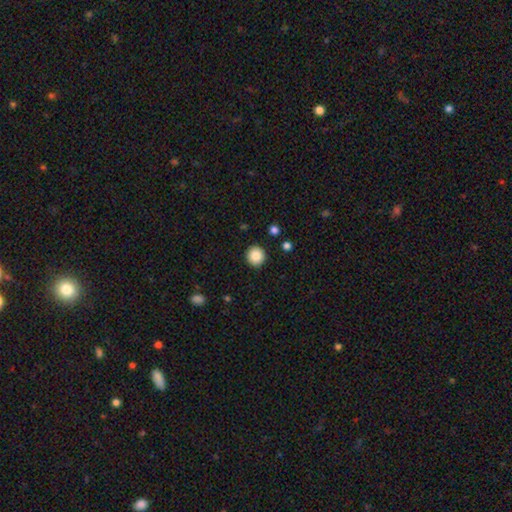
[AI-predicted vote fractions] A smooth galaxy with no disk features (85%) that is round (94%).

Vote fractions:
- Smooth or featured? smooth: 85% / star or artifact: 9% / featured or disk: 6%
- How rounded? round: 94% / in between: 5% / cigar-shaped: 1%
- Merging? none: 92% / minor disturbance: 5% / major disturbance: 2% / merger: 1%